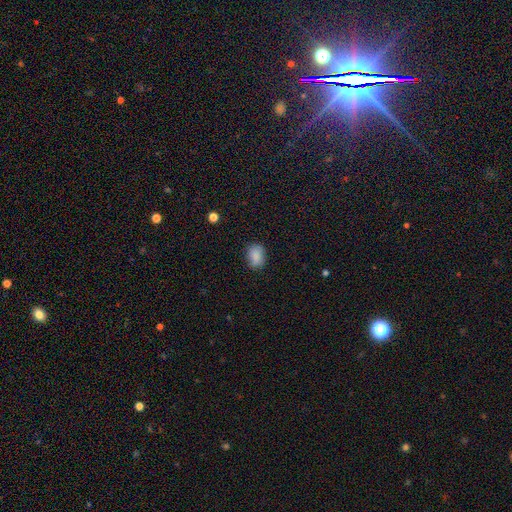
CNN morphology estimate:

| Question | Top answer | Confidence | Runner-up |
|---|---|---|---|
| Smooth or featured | smooth | 87% | star or artifact (9%) |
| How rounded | in between | 68% | round (31%) |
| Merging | none | 81% | minor disturbance (14%) |